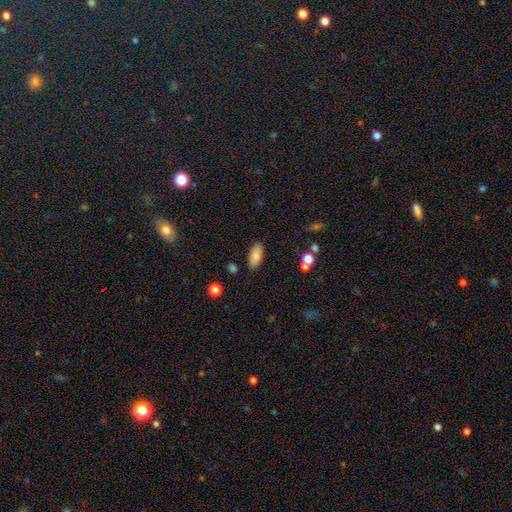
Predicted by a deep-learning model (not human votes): Morphology: type=smooth (85%); roundness=in between (88%); merging=none (84%).